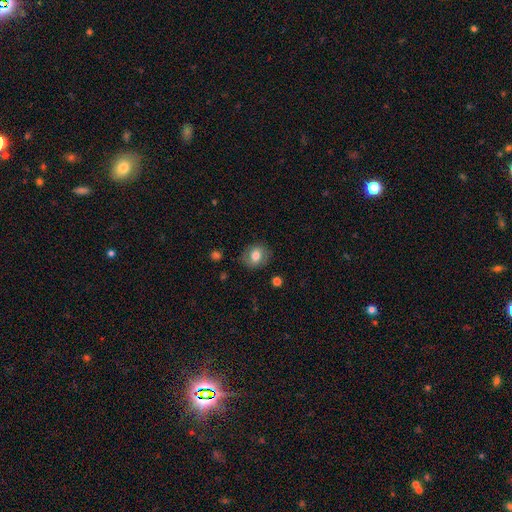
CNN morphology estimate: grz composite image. It shows a smooth galaxy with no disk features (70%) that is round (65%). Merging: none (81%).